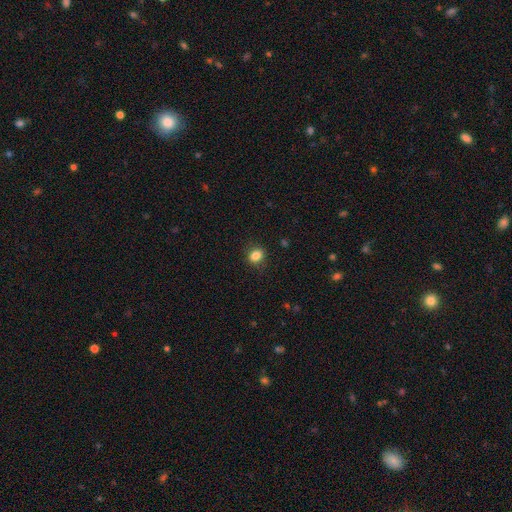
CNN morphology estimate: Q: Smooth or featured?
A: smooth (84%); runner-up: star or artifact (11%)
Q: How rounded?
A: round (59%); runner-up: in between (40%)
Q: Merging?
A: none (86%); runner-up: minor disturbance (11%)